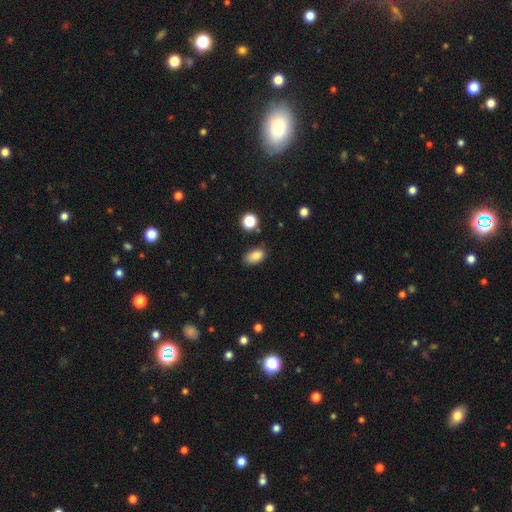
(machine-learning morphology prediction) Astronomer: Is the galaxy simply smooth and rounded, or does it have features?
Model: smooth — 85%.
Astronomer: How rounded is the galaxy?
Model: in between — 89%.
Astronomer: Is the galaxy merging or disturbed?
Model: none — 78%.